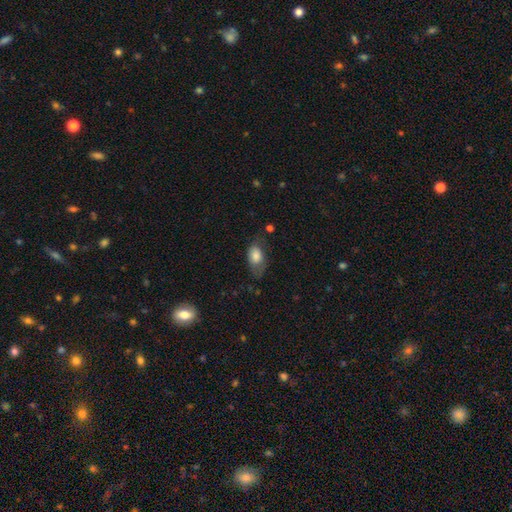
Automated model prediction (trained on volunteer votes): A smooth galaxy with no disk features (76%) that is in between round and cigar-shaped (89%).

Vote fractions:
- Smooth or featured? smooth: 76% / featured or disk: 16% / star or artifact: 7%
- How rounded? in between: 89% / round: 9% / cigar-shaped: 3%
- Merging? none: 50% / minor disturbance: 31% / major disturbance: 18% / merger: 2%